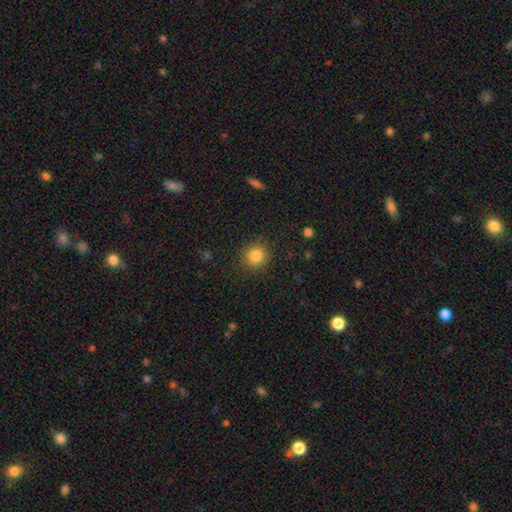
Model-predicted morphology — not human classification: Overall: smooth (84%). How rounded: round (89%). Merging: none (87%).